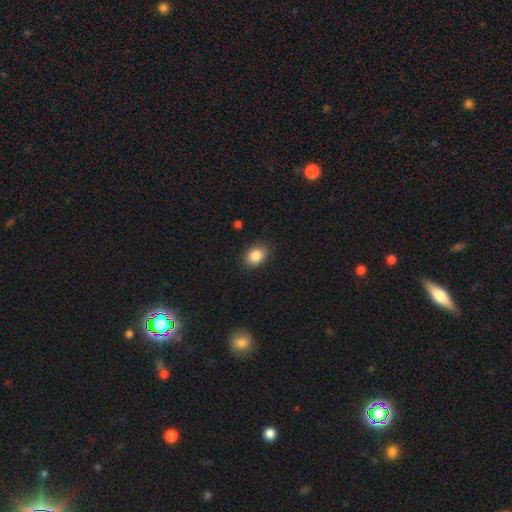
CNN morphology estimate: smooth_or_featured: smooth (p=0.87) [alt: star or artifact p=0.09]
how_rounded: in between (p=0.67) [alt: round p=0.32]
merging: none (p=0.87) [alt: minor disturbance p=0.10]